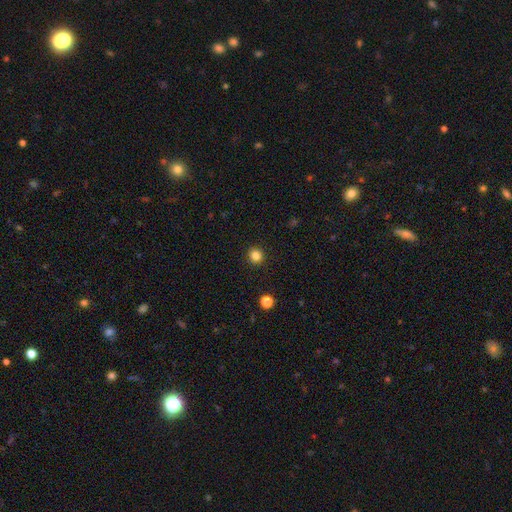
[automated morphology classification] A smooth galaxy with no disk features (83%) that is round (92%).

Vote fractions:
- Smooth or featured? smooth: 83% / star or artifact: 13% / featured or disk: 4%
- How rounded? round: 92% / in between: 7% / cigar-shaped: 1%
- Merging? none: 93% / minor disturbance: 5% / major disturbance: 2% / merger: 1%